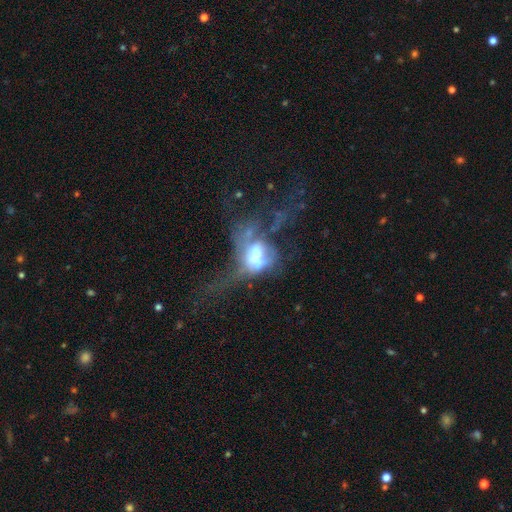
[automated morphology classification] A featured or disk galaxy (57%) with no bar (75%), no spiral arms (82%) and a moderate central bulge (49%).

Vote fractions:
- Smooth or featured? featured or disk: 57% / smooth: 30% / star or artifact: 13%
- Edge-on disk? no: 91% / yes: 9%
- Bar? no: 75% / weak: 17% / strong: 8%
- Spiral arms? no: 82% / yes: 18%
- Bulge size? moderate: 49% / large: 25% / small: 14% / none: 6% / dominant: 5%
- Merging? major disturbance: 46% / merger: 29% / none: 15% / minor disturbance: 10%